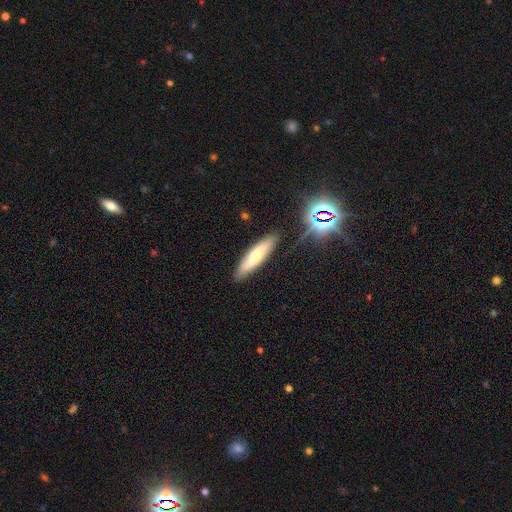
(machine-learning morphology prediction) A smooth galaxy with no disk features (60%) that is cigar-shaped (71%).

Vote fractions:
- Smooth or featured? smooth: 60% / featured or disk: 32% / star or artifact: 8%
- How rounded? cigar-shaped: 71% / in between: 27% / round: 2%
- Merging? none: 87% / minor disturbance: 10% / major disturbance: 2% / merger: 2%